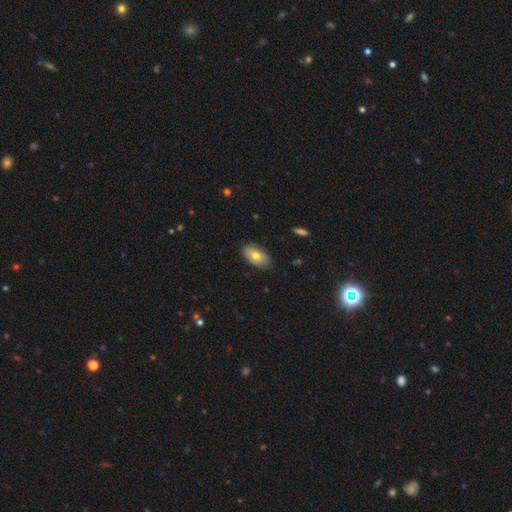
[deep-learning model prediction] Morphology: type=smooth (68%); roundness=in between (93%); merging=none (81%).